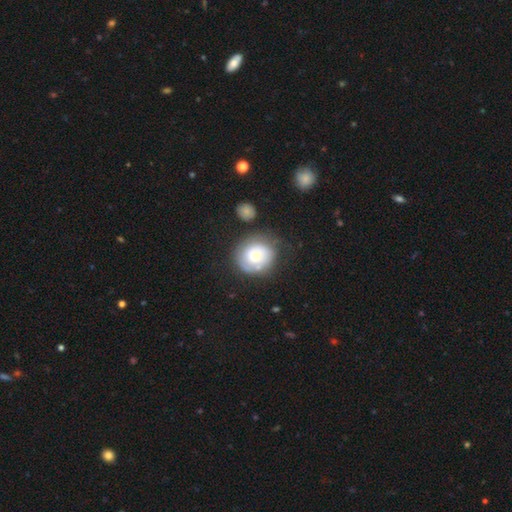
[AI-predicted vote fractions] Smooth or featured? Predicted: smooth (p=0.58). How rounded? Predicted: round (p=0.82). Merging? Predicted: none (p=0.58).